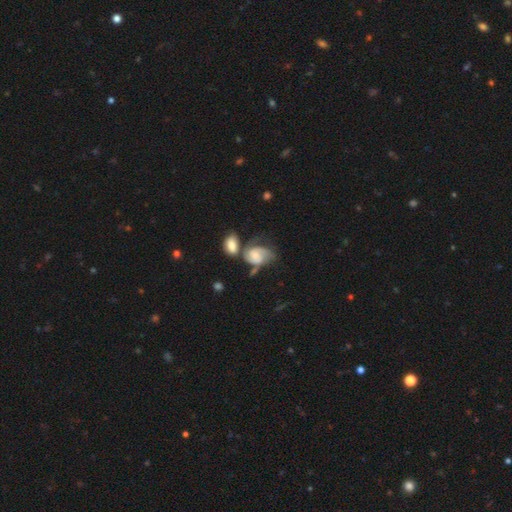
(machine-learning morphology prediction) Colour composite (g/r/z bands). It shows a featured or disk galaxy (63%) with no bar (62%), 2 (64%) medium (44%) spiral arms (89%) and a small central bulge (39%). Merging: merger (33%).